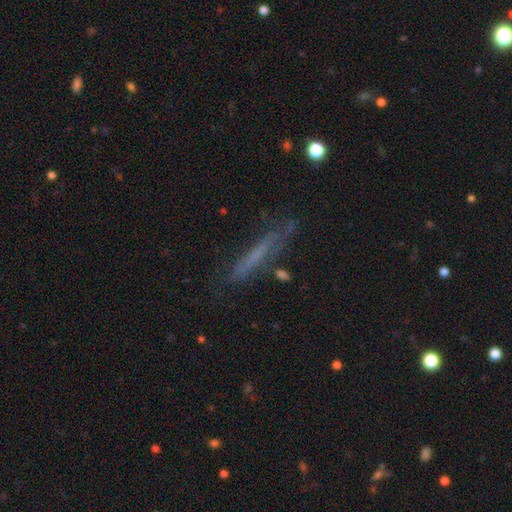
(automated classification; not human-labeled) This appears to be a smooth galaxy with no disk features (48%). Merging: none (71%).